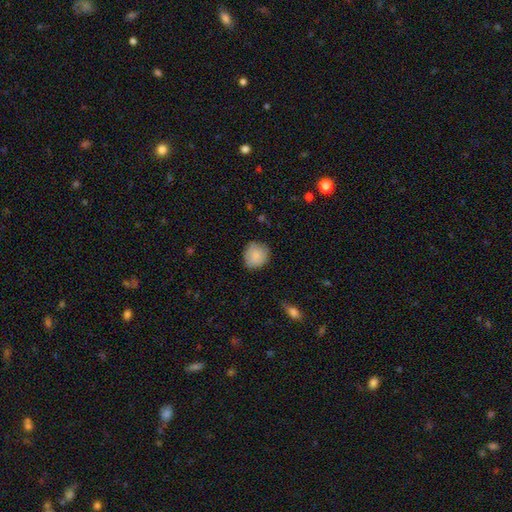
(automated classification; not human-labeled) Smooth or featured? smooth (84%)
How rounded? round (84%)
Merging? none (77%)